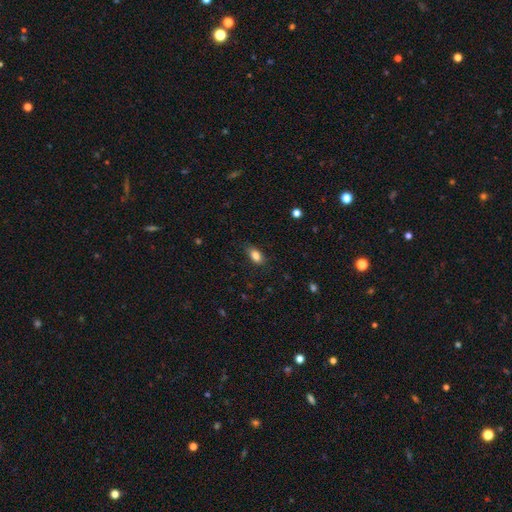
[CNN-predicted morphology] Smooth or featured: smooth — 84% (star or artifact — 9%)
How rounded: in between — 88% (round — 8%)
Merging: none — 79% (minor disturbance — 16%)